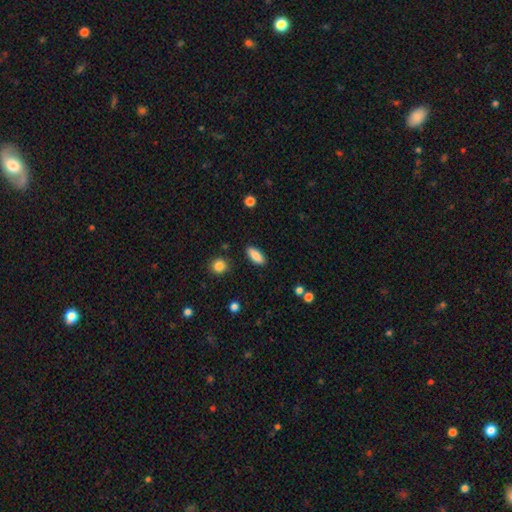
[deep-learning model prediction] smooth-or-featured: smooth: 86% | featured or disk: 7% | star or artifact: 7%
  how-rounded: in between: 79% | cigar-shaped: 18% | round: 2%
  merging: none: 88% | minor disturbance: 8% | major disturbance: 2% | merger: 2%